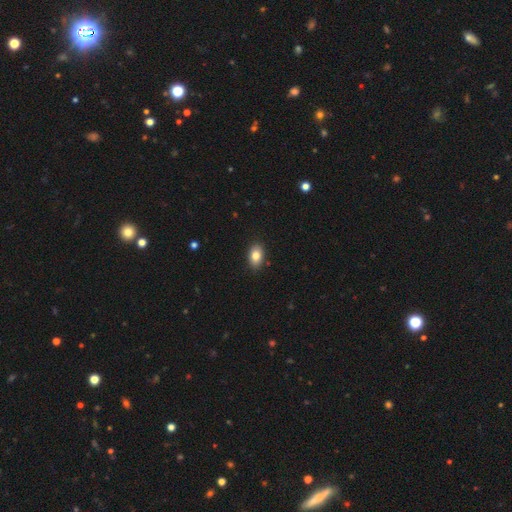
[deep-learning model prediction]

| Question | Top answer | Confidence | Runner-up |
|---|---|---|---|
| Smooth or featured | smooth | 83% | featured or disk (9%) |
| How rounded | in between | 86% | round (12%) |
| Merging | none | 88% | minor disturbance (9%) |